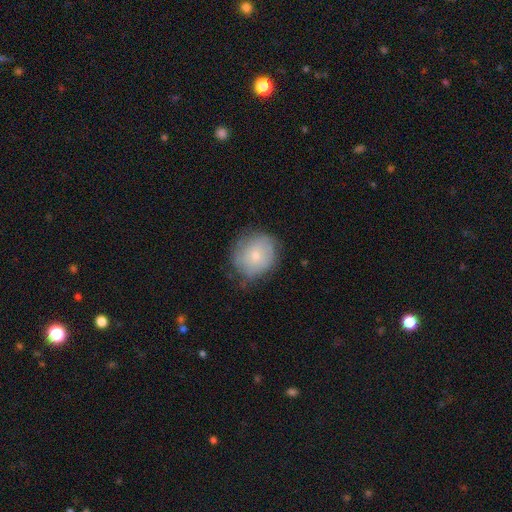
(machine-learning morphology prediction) Q: Smooth or featured?
A: smooth (57%); runner-up: featured or disk (36%)
Q: How rounded?
A: round (81%); runner-up: in between (18%)
Q: Merging?
A: none (68%); runner-up: minor disturbance (24%)